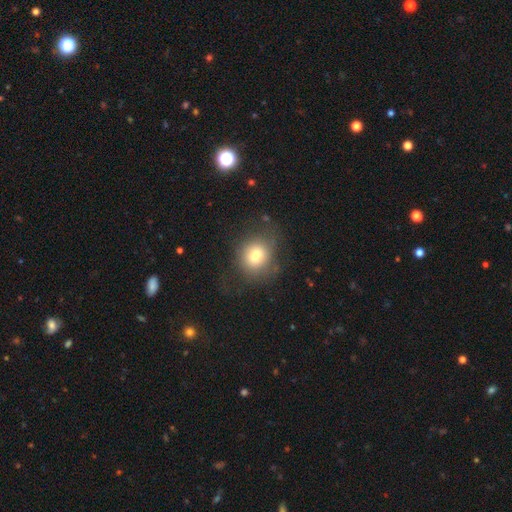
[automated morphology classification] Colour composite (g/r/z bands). It shows a smooth galaxy with no disk features (74%) that is round (80%). Merging: none (68%).